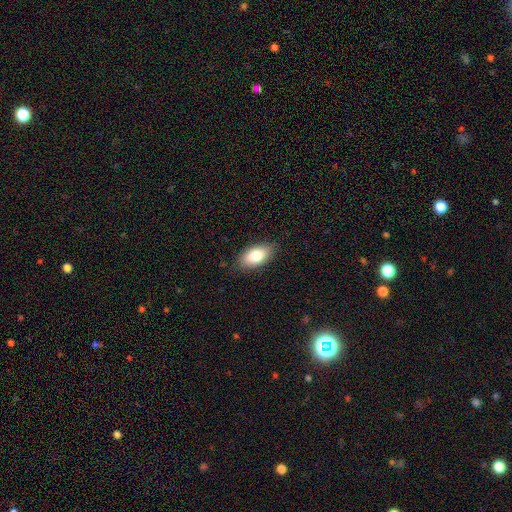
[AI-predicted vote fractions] Smooth or featured: smooth — 80% (featured or disk — 13%)
How rounded: in between — 92% (round — 4%)
Merging: none — 83% (minor disturbance — 14%)